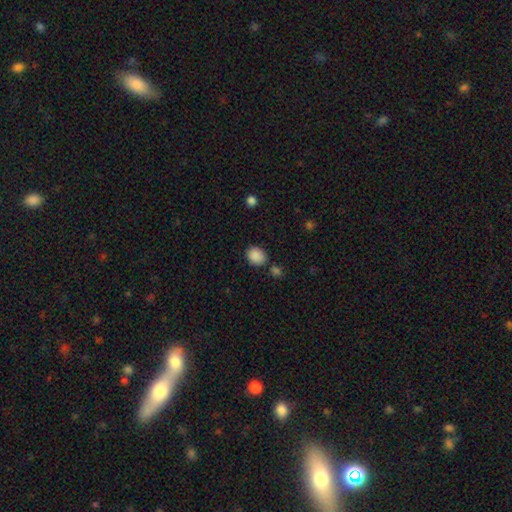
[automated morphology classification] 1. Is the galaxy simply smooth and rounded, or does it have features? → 88% smooth, 9% star or artifact, 3% featured or disk.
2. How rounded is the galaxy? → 60% round, 39% in between, 1% cigar-shaped.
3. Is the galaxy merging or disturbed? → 75% none, 14% minor disturbance, 8% merger, 4% major disturbance.